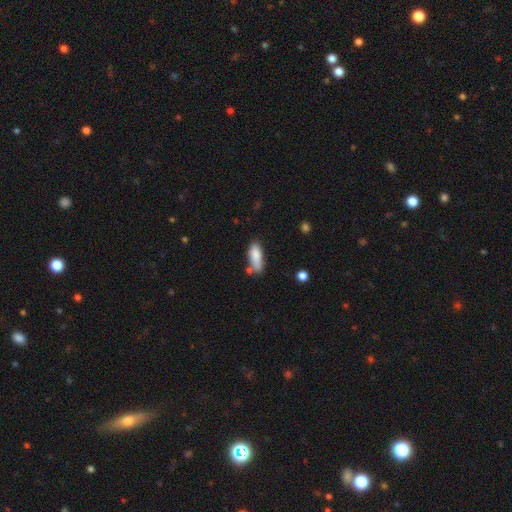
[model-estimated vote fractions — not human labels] smooth 83%, featured or disk 10%, star or artifact 7%. Down the decision tree: how rounded — in between (69%); merging — none (59%).